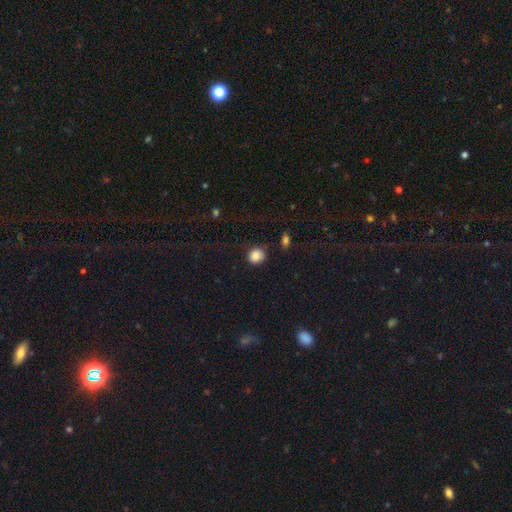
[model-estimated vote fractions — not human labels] Smooth or featured? smooth (86%)
How rounded? round (83%)
Merging? none (77%)